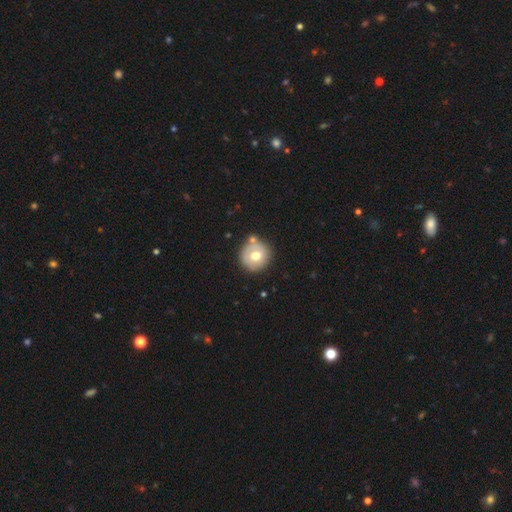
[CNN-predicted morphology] This appears to be a smooth galaxy with no disk features (65%) that is round (93%). Merging: none (73%).